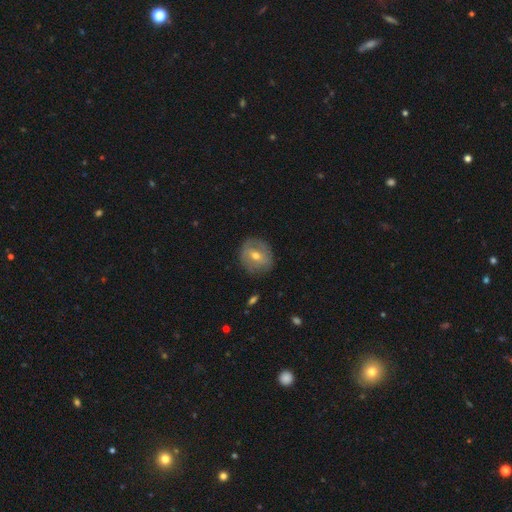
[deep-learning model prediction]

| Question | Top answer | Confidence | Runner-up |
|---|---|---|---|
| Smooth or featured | smooth | 47% | featured or disk (46%) |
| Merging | none | 79% | minor disturbance (15%) |